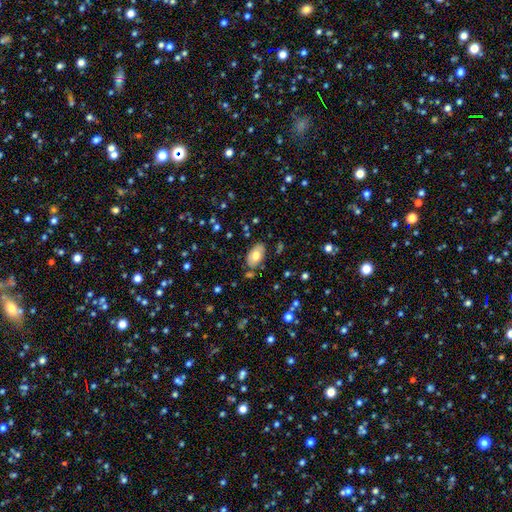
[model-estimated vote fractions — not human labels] A smooth galaxy with no disk features (72%) that is in between round and cigar-shaped (93%). Merging: none (80%).